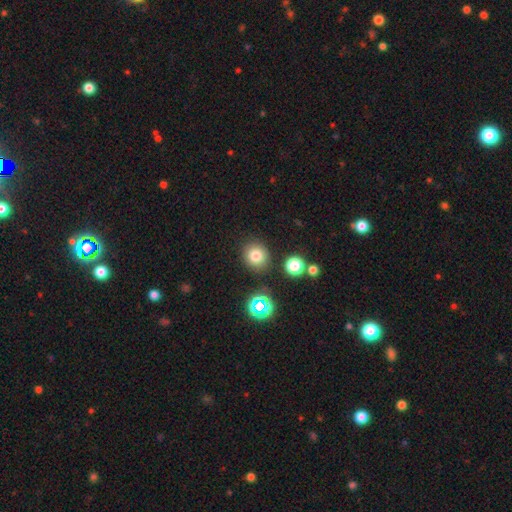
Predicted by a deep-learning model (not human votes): smooth_or_featured: smooth (p=0.76) [alt: star or artifact p=0.16]
how_rounded: round (p=0.85) [alt: in between p=0.14]
merging: none (p=0.85) [alt: minor disturbance p=0.08]